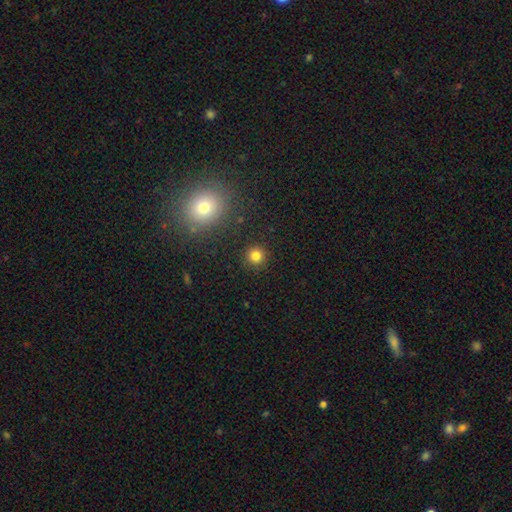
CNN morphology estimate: smooth-or-featured: smooth: 81% | star or artifact: 14% | featured or disk: 5%
  how-rounded: round: 94% | in between: 5% | cigar-shaped: 1%
  merging: none: 90% | minor disturbance: 6% | major disturbance: 2% | merger: 2%